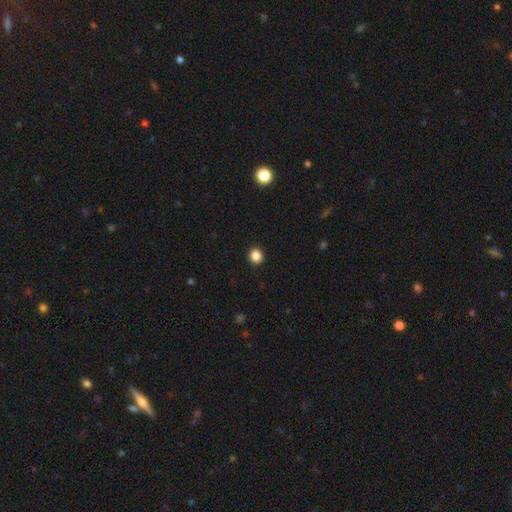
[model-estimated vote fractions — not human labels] This is clearly a smooth galaxy (86%). How rounded: likely round (79%). Merging: clearly none (92%).